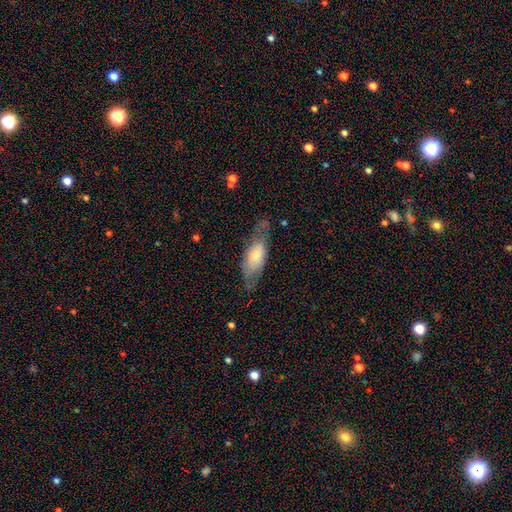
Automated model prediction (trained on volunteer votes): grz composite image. It shows a smooth galaxy with no disk features (54%) that is in between round and cigar-shaped (71%). Merging: none (61%).